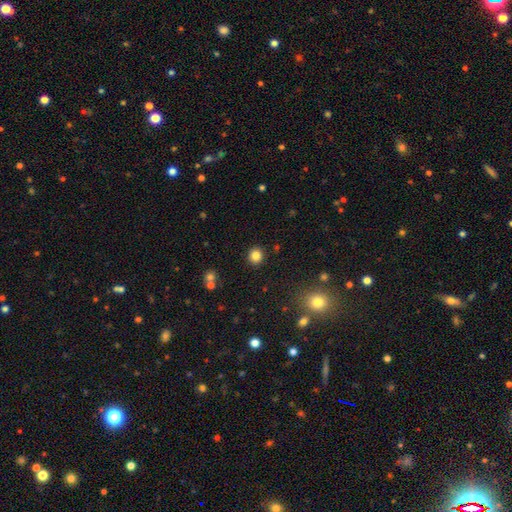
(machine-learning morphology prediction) Overall: smooth (84%). How rounded: round (87%). Merging: none (91%).